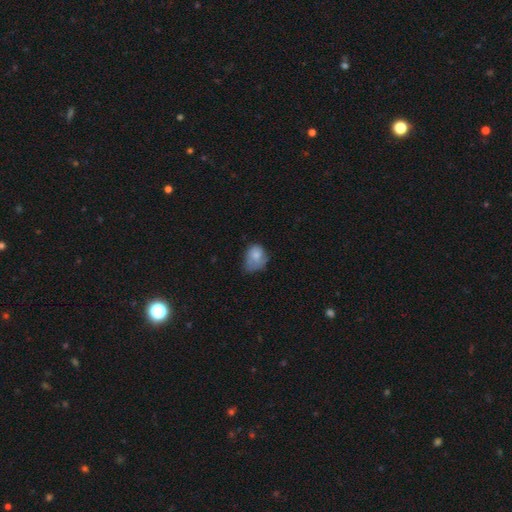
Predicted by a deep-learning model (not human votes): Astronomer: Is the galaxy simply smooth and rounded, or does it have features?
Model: smooth — 72%.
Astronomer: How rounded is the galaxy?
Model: in between — 60% (runner-up: round, 39%).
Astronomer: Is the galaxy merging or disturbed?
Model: minor disturbance — 40% (runner-up: none, 31%).